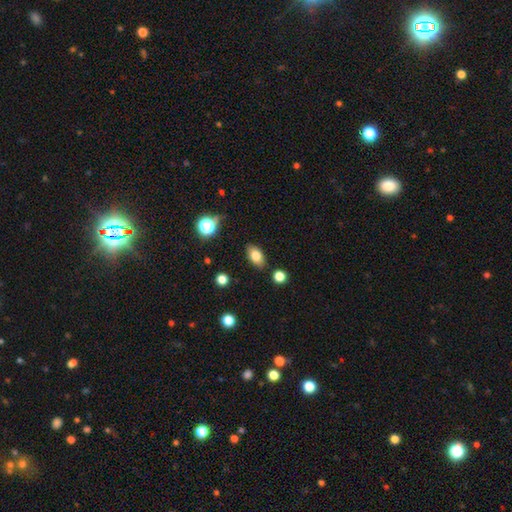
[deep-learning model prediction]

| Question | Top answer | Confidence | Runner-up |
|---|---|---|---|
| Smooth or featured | smooth | 78% | featured or disk (12%) |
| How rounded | in between | 88% | round (8%) |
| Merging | none | 85% | minor disturbance (10%) |